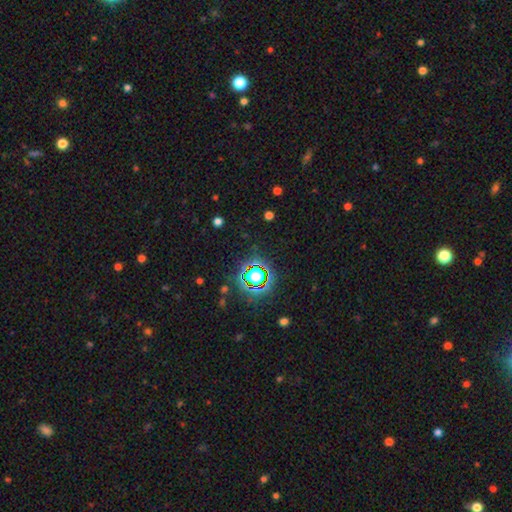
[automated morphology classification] Overall: star or artifact (80%).